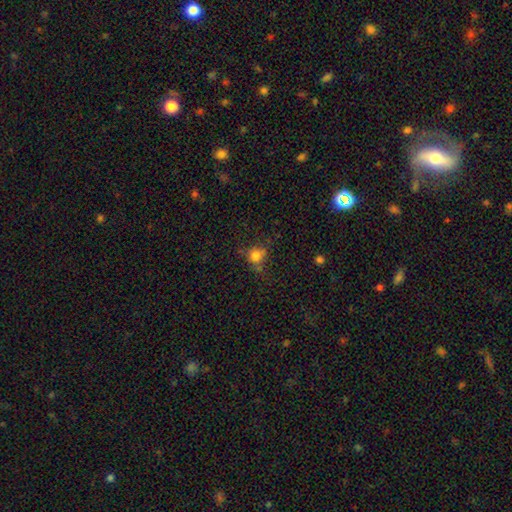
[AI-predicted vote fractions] Q: Smooth or featured?
A: smooth (74%); runner-up: star or artifact (16%)
Q: How rounded?
A: round (77%); runner-up: in between (21%)
Q: Merging?
A: none (60%); runner-up: minor disturbance (23%)